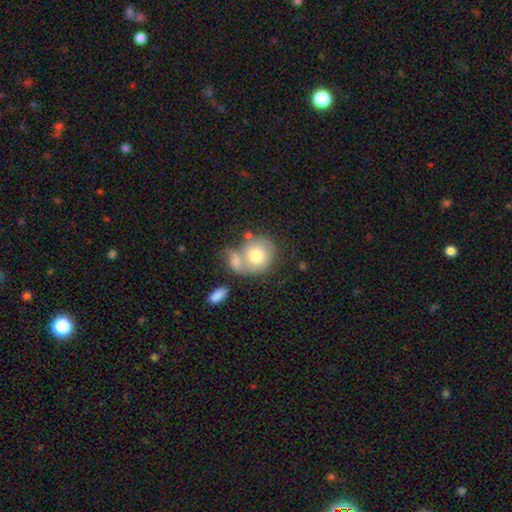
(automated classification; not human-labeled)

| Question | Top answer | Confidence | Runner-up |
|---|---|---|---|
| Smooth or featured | smooth | 72% | featured or disk (21%) |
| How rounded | round | 74% | in between (25%) |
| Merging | merger | 45% | none (34%) |